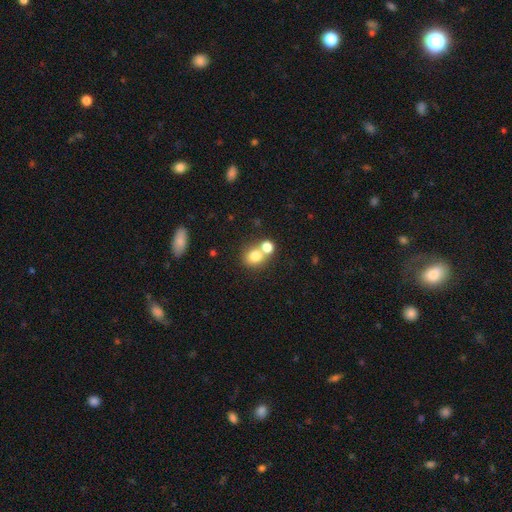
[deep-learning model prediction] A smooth galaxy with no disk features (76%) that is round (73%).

Vote fractions:
- Smooth or featured? smooth: 76% / star or artifact: 12% / featured or disk: 11%
- How rounded? round: 73% / in between: 26% / cigar-shaped: 1%
- Merging? none: 45% / merger: 44% / minor disturbance: 7% / major disturbance: 3%